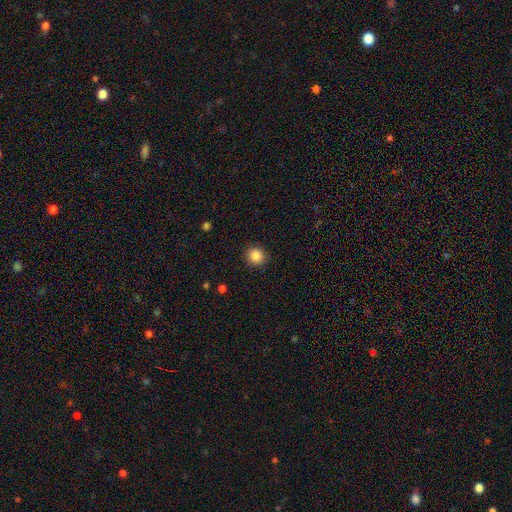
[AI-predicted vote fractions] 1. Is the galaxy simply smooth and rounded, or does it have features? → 86% smooth, 10% star or artifact, 4% featured or disk.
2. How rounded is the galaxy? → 90% round, 9% in between, 1% cigar-shaped.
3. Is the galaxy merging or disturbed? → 91% none, 6% minor disturbance, 2% major disturbance, 1% merger.